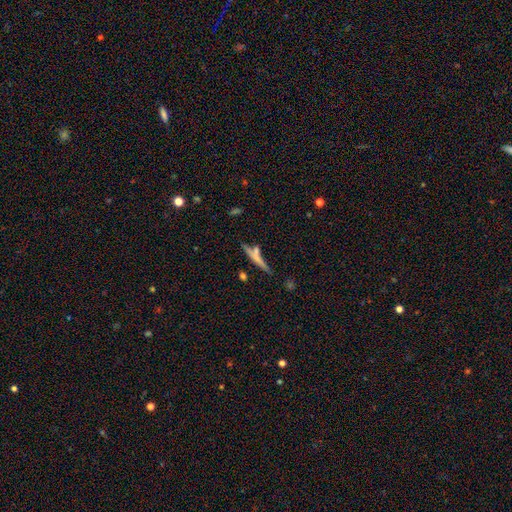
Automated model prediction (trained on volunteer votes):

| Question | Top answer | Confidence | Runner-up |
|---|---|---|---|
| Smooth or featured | smooth | 53% | featured or disk (39%) |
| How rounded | cigar-shaped | 91% | in between (7%) |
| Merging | none | 64% | merger (18%) |